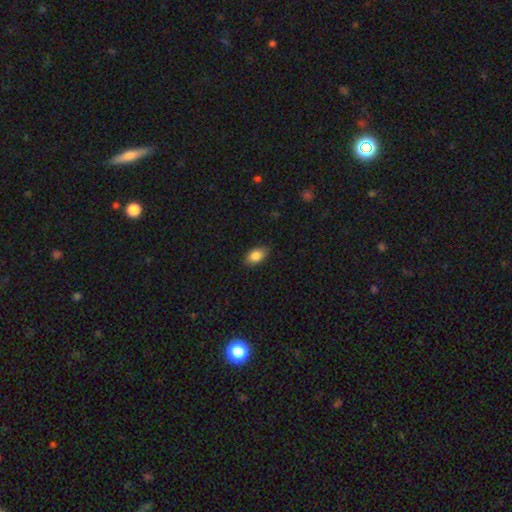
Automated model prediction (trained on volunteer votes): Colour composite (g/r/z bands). It shows a smooth galaxy with no disk features (86%) that is in between round and cigar-shaped (89%). Merging: none (87%).